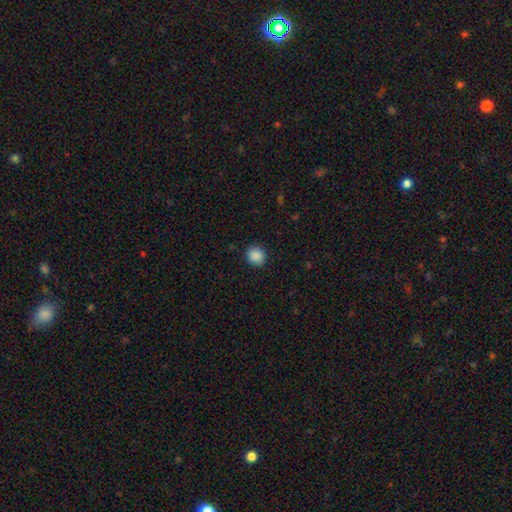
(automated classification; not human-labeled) Smooth or featured? smooth (88%)
How rounded? round (85%)
Merging? none (89%)